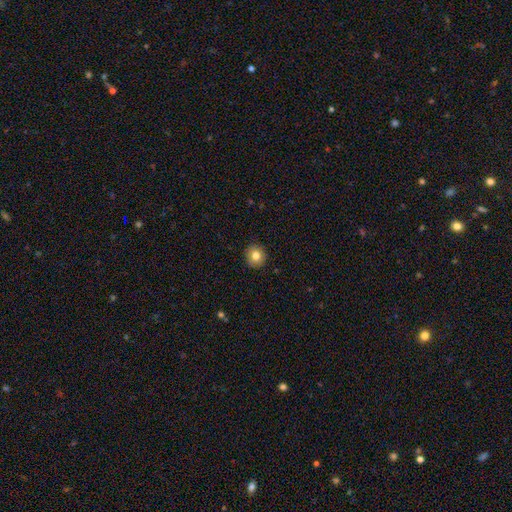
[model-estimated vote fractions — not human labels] Smooth or featured: smooth — 81% (star or artifact — 10%)
How rounded: round — 91% (in between — 8%)
Merging: none — 91% (minor disturbance — 7%)